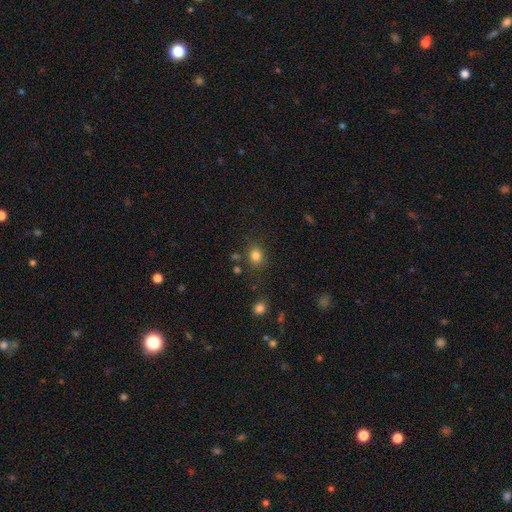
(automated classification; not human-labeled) Morphology: type=smooth (81%); roundness=round (61%); merging=none (78%).